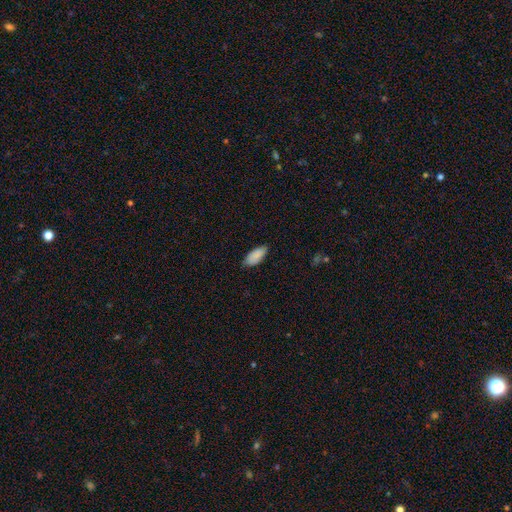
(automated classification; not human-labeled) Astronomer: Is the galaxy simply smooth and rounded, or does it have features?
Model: smooth — 88%.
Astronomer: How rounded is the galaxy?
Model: in between — 87%.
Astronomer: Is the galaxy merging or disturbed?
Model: none — 76%.